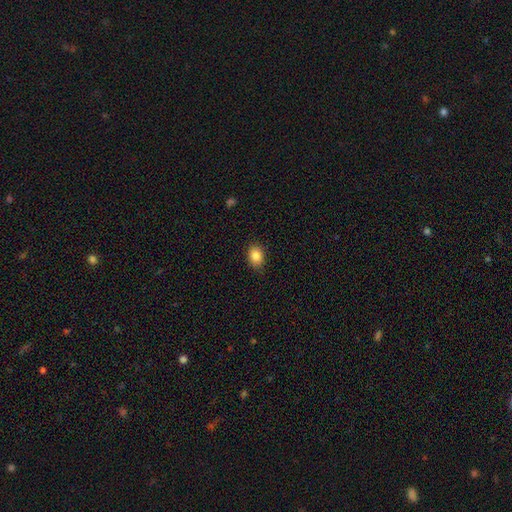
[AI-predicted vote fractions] smooth 85%, star or artifact 9%, featured or disk 6%. Down the decision tree: how rounded — in between (63%); merging — none (83%).